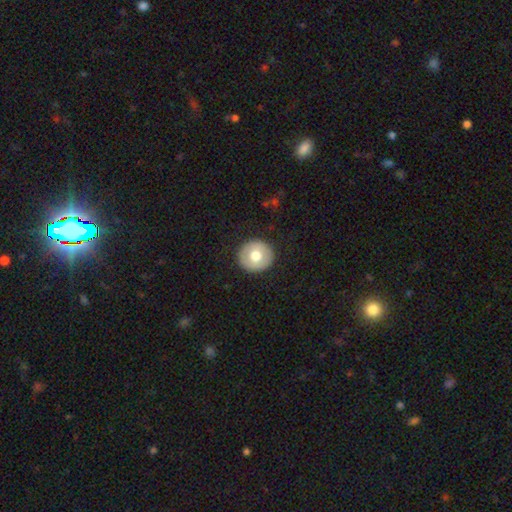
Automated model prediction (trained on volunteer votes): This appears to be a smooth galaxy with no disk features (67%) that is round (91%). Merging: none (90%).